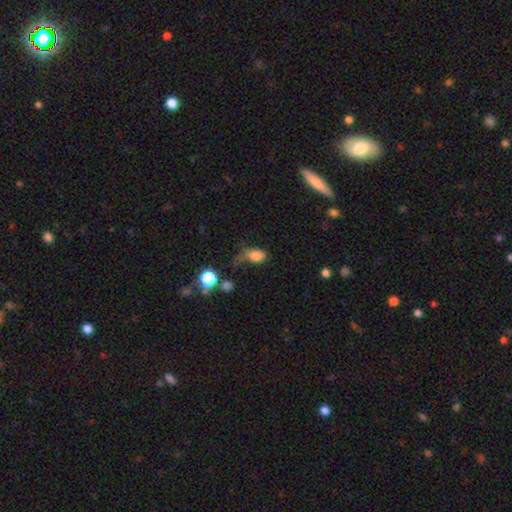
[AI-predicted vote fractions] Morphology: type=smooth (77%); roundness=in between (78%); merging=major disturbance (39%).